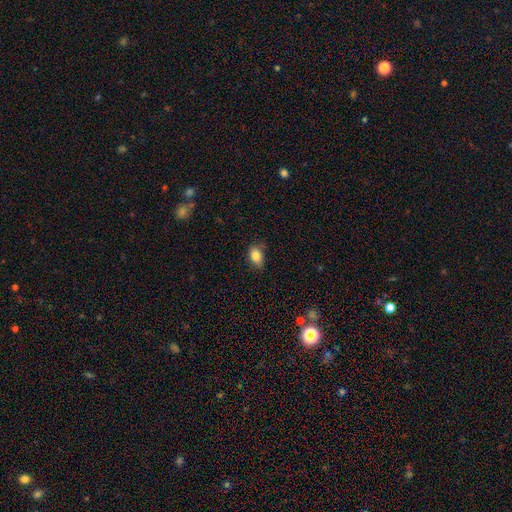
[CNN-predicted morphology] smooth_or_featured: smooth (p=0.84) [alt: star or artifact p=0.09]
how_rounded: in between (p=0.82) [alt: round p=0.17]
merging: none (p=0.75) [alt: minor disturbance p=0.20]